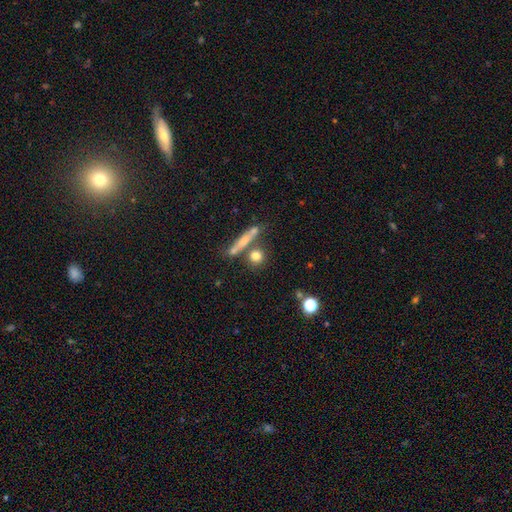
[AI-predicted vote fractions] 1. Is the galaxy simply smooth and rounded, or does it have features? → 70% smooth, 19% featured or disk, 11% star or artifact.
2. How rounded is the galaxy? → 66% round, 19% cigar-shaped, 14% in between.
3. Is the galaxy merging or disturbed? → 64% none, 20% merger, 11% minor disturbance, 5% major disturbance.